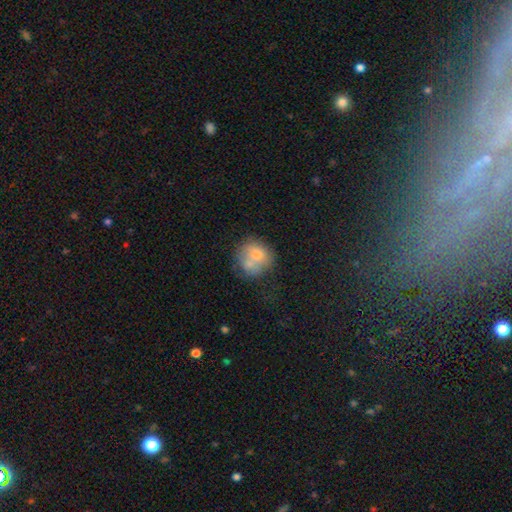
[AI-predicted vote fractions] Smooth or featured: smooth — 67% (featured or disk — 24%)
How rounded: round — 79% (in between — 21%)
Merging: none — 38% (merger — 35%)